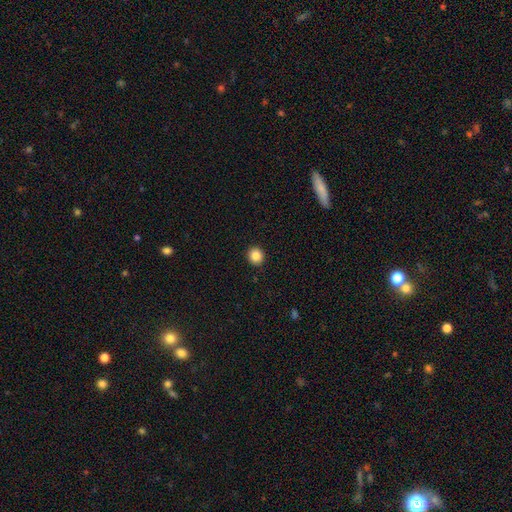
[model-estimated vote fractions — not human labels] smooth 85%, star or artifact 10%, featured or disk 5%. Down the decision tree: how rounded — round (91%); merging — none (93%).